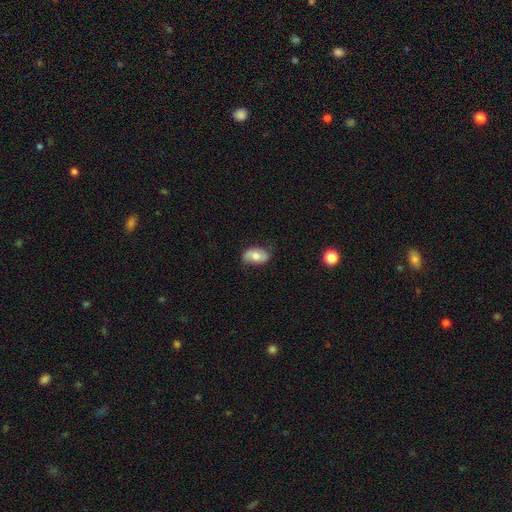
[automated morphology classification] Overall: smooth (60%; featured or disk 33%). How rounded: in between (90%). Merging: none (71%).